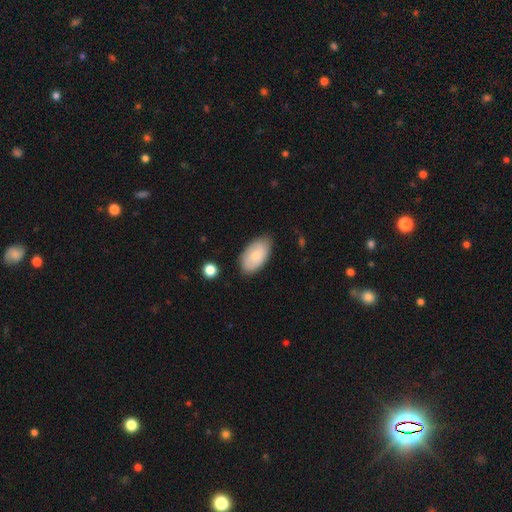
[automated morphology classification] This is likely a smooth galaxy (75%). How rounded: clearly in between (95%). Merging: likely none (78%).